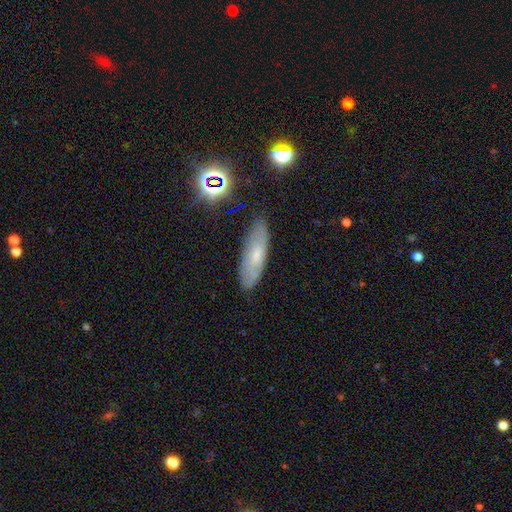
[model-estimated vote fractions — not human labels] The model was most divided on "smooth or featured": smooth: 48%, featured or disk: 41%, star or artifact: 11%. More confident: merging — none (78%).